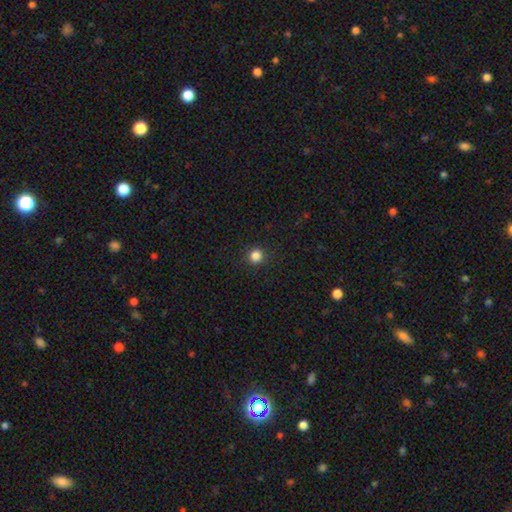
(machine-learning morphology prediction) Overall: smooth (84%). How rounded: round (91%). Merging: none (91%).